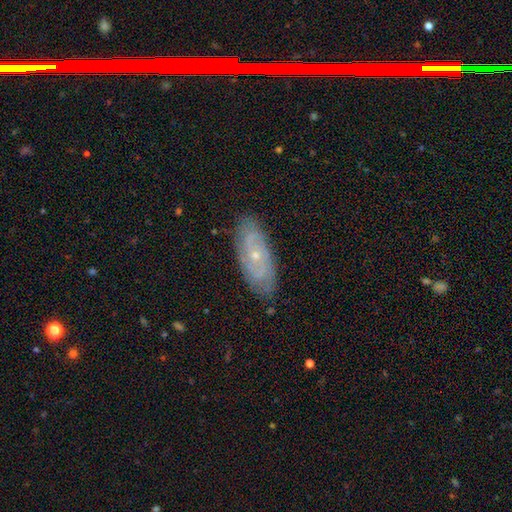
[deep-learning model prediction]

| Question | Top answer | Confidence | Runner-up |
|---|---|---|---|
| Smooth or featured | featured or disk | 73% | smooth (19%) |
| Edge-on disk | no | 89% | yes (11%) |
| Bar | no | 75% | weak (21%) |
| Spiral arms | yes | 89% | no (11%) |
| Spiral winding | tight | 65% | medium (27%) |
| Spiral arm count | can't tell | 41% | 2 (33%) |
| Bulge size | small | 77% | moderate (20%) |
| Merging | none | 83% | minor disturbance (13%) |